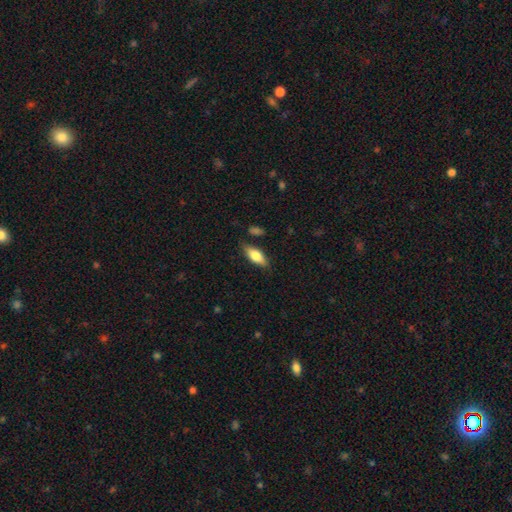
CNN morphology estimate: Smooth or featured? smooth (72%)
How rounded? in between (74%)
Merging? none (80%)